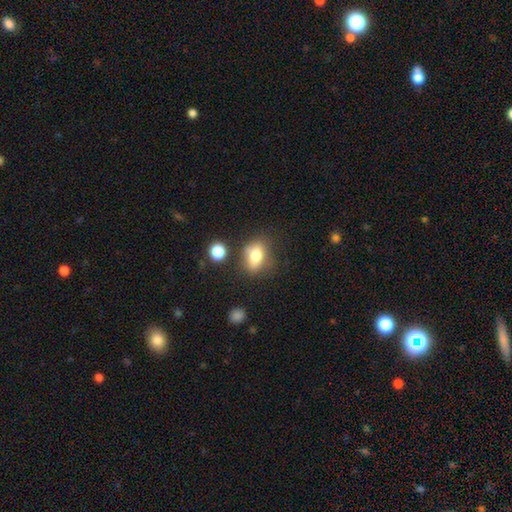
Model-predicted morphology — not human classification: type=smooth (73%); roundness=in between (72%); merging=none (66%).